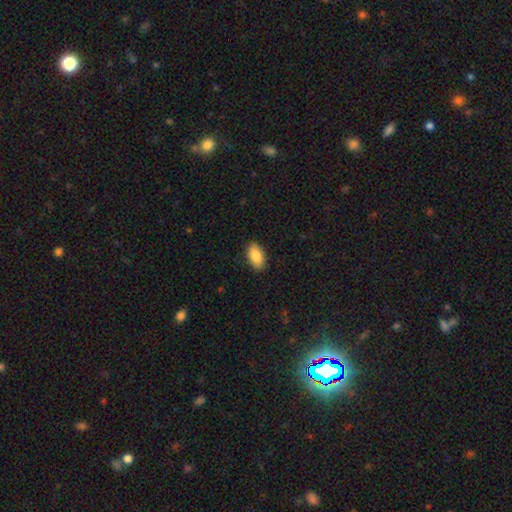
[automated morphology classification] Q: Smooth or featured?
A: smooth (87%); runner-up: star or artifact (6%)
Q: How rounded?
A: in between (93%); runner-up: round (4%)
Q: Merging?
A: none (88%); runner-up: minor disturbance (9%)